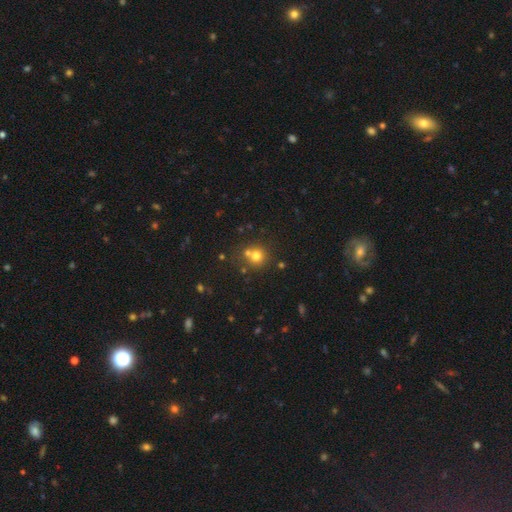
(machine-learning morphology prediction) Smooth or featured?
  - smooth: 73% *
  - star or artifact: 16%
  - featured or disk: 11%
How rounded?
  - round: 89% *
  - in between: 10%
  - cigar-shaped: 1%
Merging?
  - none: 59% *
  - merger: 29%
  - minor disturbance: 8%
  - major disturbance: 3%